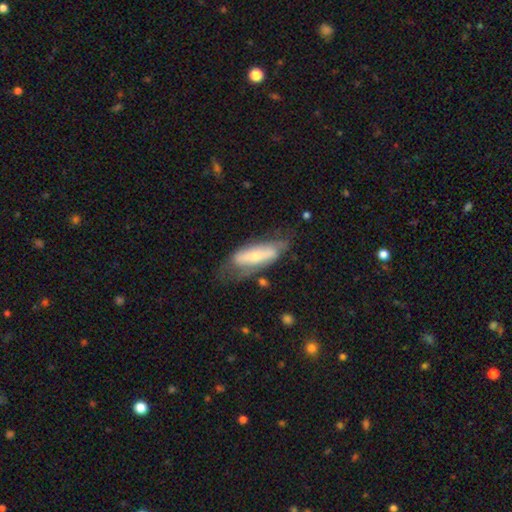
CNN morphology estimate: smooth-or-featured: featured or disk: 52% | smooth: 42% | star or artifact: 6%
  disk-edge-on: no: 73% | yes: 27%
  merging: none: 52% | minor disturbance: 27% | major disturbance: 18% | merger: 3%